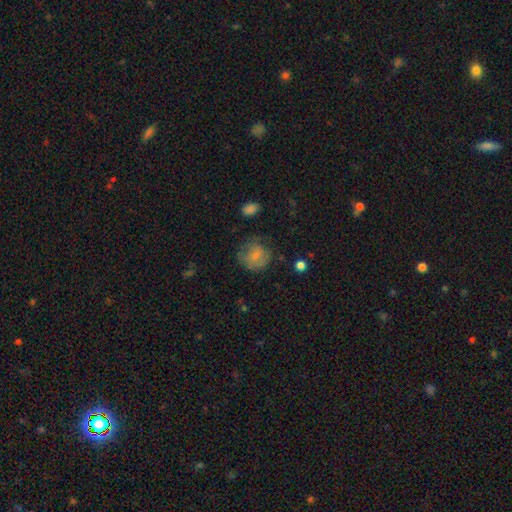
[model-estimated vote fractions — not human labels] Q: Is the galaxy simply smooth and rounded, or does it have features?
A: smooth — 65%.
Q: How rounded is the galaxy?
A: round — 81%.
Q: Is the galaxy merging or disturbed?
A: none — 59%.